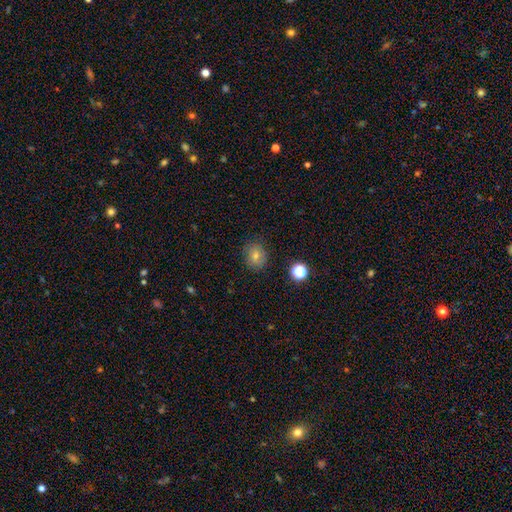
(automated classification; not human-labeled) smooth-or-featured: smooth: 75% | featured or disk: 13% | star or artifact: 12%
  how-rounded: round: 66% | in between: 33% | cigar-shaped: 1%
  merging: none: 84% | minor disturbance: 12% | major disturbance: 3% | merger: 2%